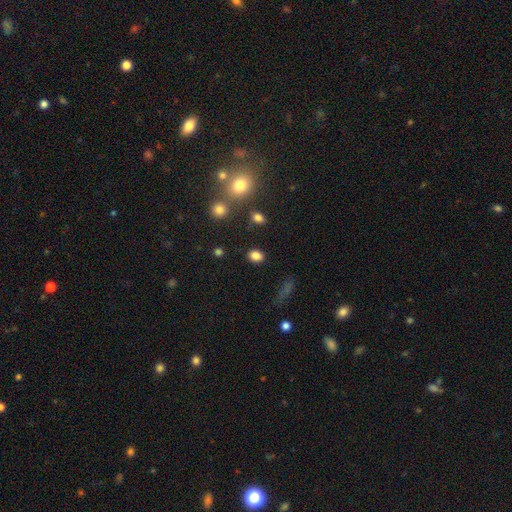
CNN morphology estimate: Smooth or featured?
  - smooth: 83% *
  - star or artifact: 12%
  - featured or disk: 6%
How rounded?
  - in between: 66% *
  - round: 32%
  - cigar-shaped: 2%
Merging?
  - none: 82% *
  - minor disturbance: 10%
  - merger: 4%
  - major disturbance: 4%